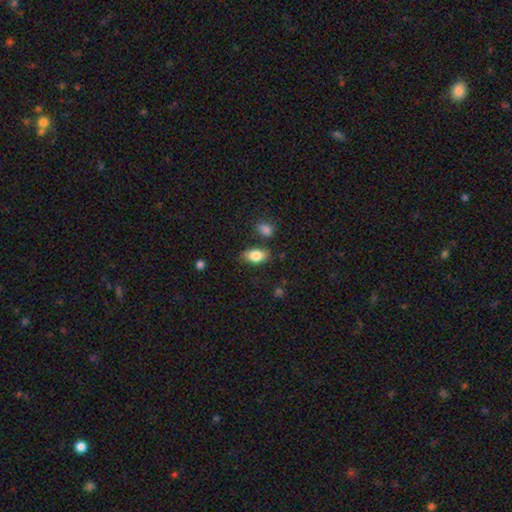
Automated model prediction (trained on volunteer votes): Morphology: type=smooth (83%); roundness=in between (90%); merging=none (77%).